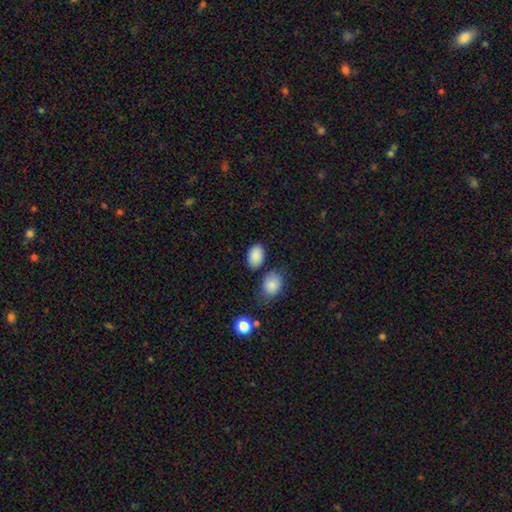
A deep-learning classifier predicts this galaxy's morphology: This is clearly a smooth galaxy (88%). How rounded: clearly in between (86%). Merging: likely none (77%).